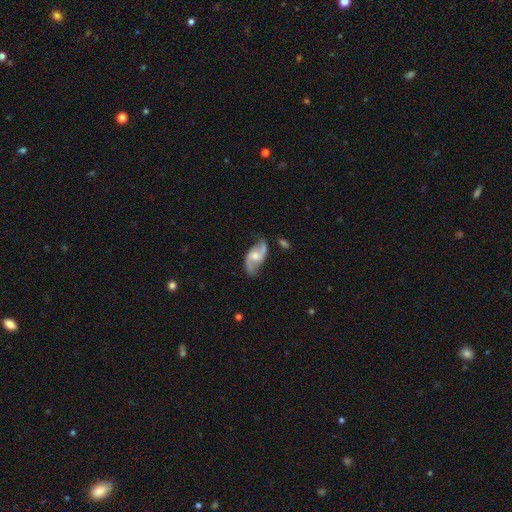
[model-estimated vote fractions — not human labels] Smooth or featured? featured or disk (82%)
Edge-on disk? no (96%)
Bar? no (50%)
Spiral arms? yes (94%)
Spiral winding? loose (56%)
Spiral arm count? 2 (91%)
Bulge size? moderate (57%)
Merging? none (72%)